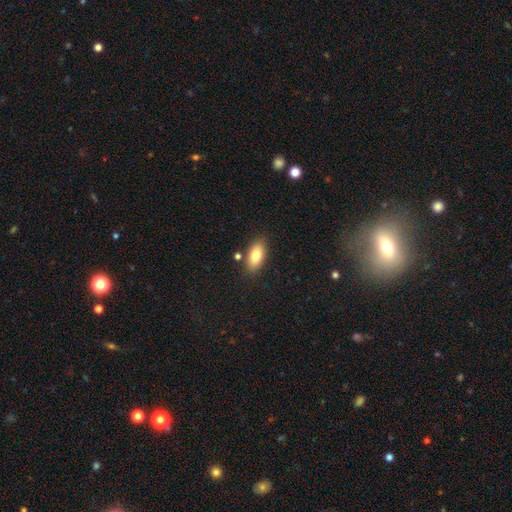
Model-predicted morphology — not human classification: Smooth or featured? Predicted: smooth (p=0.80). How rounded? Predicted: in between (p=0.89). Merging? Predicted: none (p=0.81).